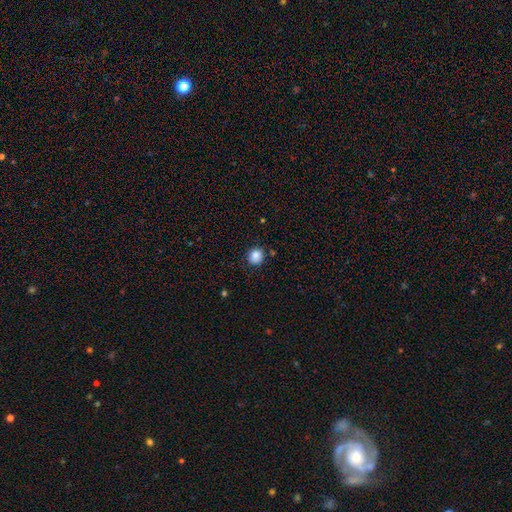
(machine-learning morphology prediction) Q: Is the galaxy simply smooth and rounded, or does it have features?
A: smooth — 85%.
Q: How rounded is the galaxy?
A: round — 87%.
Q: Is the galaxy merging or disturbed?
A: none — 83%.